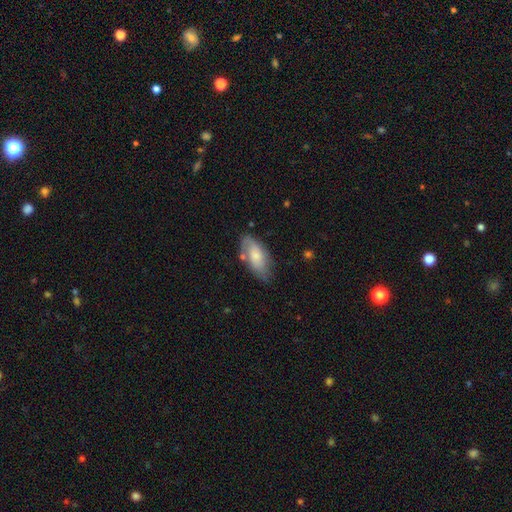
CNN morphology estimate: A smooth galaxy with no disk features (69%) that is in between round and cigar-shaped (87%).

Vote fractions:
- Smooth or featured? smooth: 69% / featured or disk: 24% / star or artifact: 6%
- How rounded? in between: 87% / cigar-shaped: 11% / round: 2%
- Merging? none: 63% / minor disturbance: 25% / merger: 6% / major disturbance: 6%